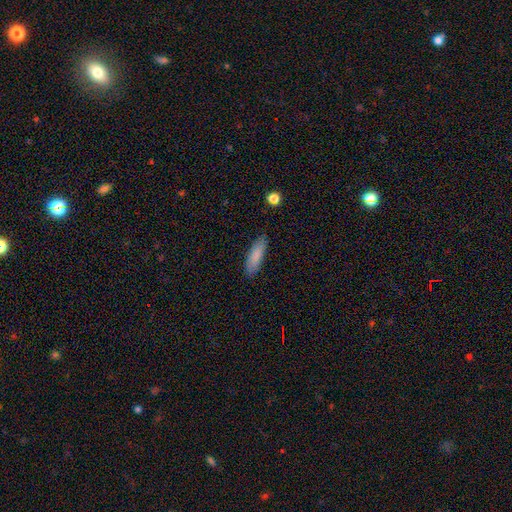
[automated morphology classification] Smooth or featured: smooth — 86% (featured or disk — 8%)
How rounded: cigar-shaped — 57% (in between — 42%)
Merging: none — 86% (minor disturbance — 11%)